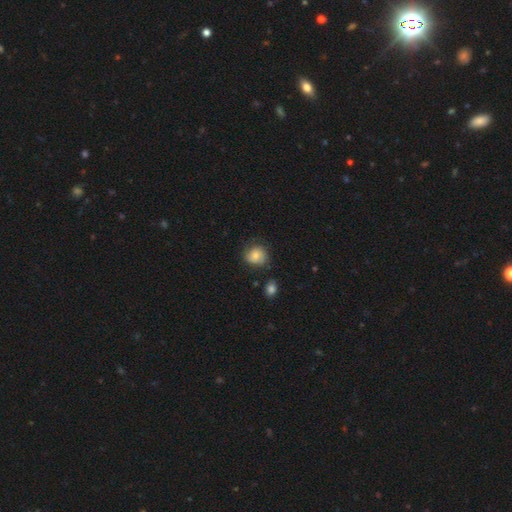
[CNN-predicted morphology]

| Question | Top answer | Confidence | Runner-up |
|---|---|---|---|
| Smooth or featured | smooth | 63% | featured or disk (28%) |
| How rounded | round | 75% | in between (24%) |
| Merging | none | 63% | minor disturbance (25%) |